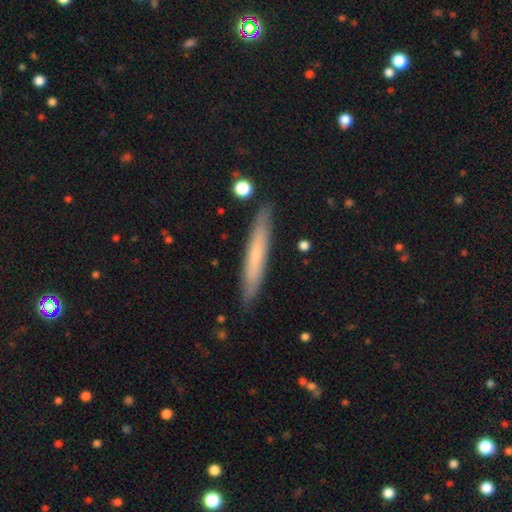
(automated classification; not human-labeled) A smooth galaxy with no disk features (58%) that is cigar-shaped (95%).

Vote fractions:
- Smooth or featured? smooth: 58% / featured or disk: 36% / star or artifact: 6%
- How rounded? cigar-shaped: 95% / in between: 4% / round: 1%
- Merging? none: 88% / minor disturbance: 9% / major disturbance: 2% / merger: 1%